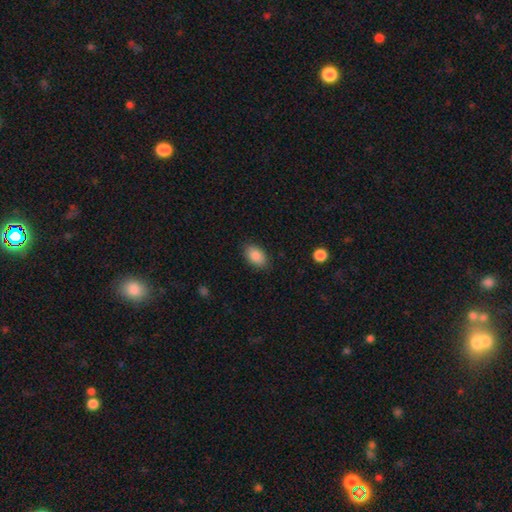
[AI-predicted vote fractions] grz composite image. It shows a smooth galaxy with no disk features (88%) that is in between round and cigar-shaped (90%). Merging: none (86%).